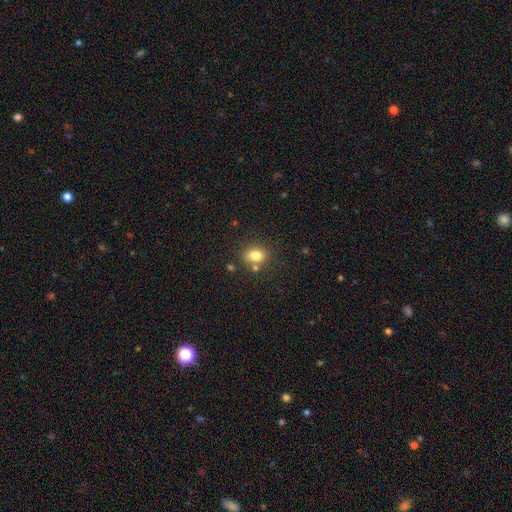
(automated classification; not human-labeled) Smooth or featured: smooth — 79% (star or artifact — 12%)
How rounded: in between — 52% (round — 46%)
Merging: none — 70% (minor disturbance — 13%)